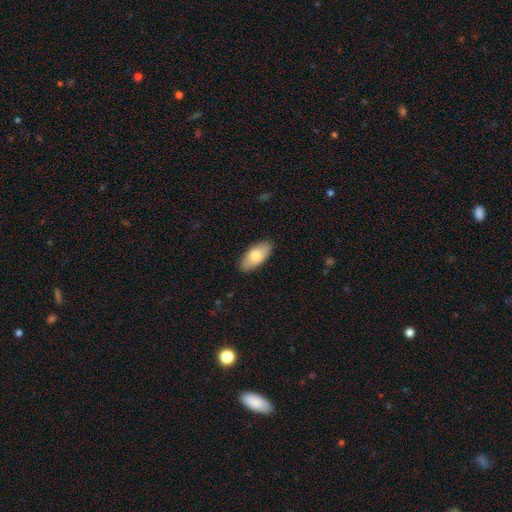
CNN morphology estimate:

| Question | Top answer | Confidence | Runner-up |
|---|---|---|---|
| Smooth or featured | smooth | 79% | featured or disk (16%) |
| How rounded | in between | 91% | cigar-shaped (7%) |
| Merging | none | 87% | minor disturbance (10%) |